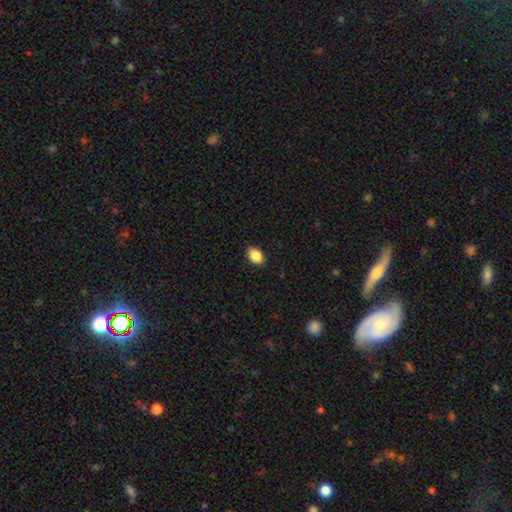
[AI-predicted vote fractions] smooth-or-featured: smooth: 87% | star or artifact: 8% | featured or disk: 5%
  how-rounded: in between: 88% | round: 11% | cigar-shaped: 1%
  merging: none: 89% | minor disturbance: 8% | major disturbance: 2% | merger: 1%